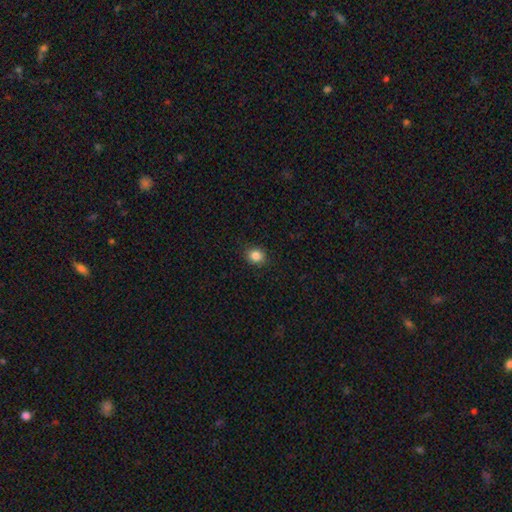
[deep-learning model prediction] A smooth galaxy with no disk features (85%) that is round (79%).

Vote fractions:
- Smooth or featured? smooth: 85% / star or artifact: 11% / featured or disk: 4%
- How rounded? round: 79% / in between: 20% / cigar-shaped: 1%
- Merging? none: 89% / minor disturbance: 8% / major disturbance: 2% / merger: 1%